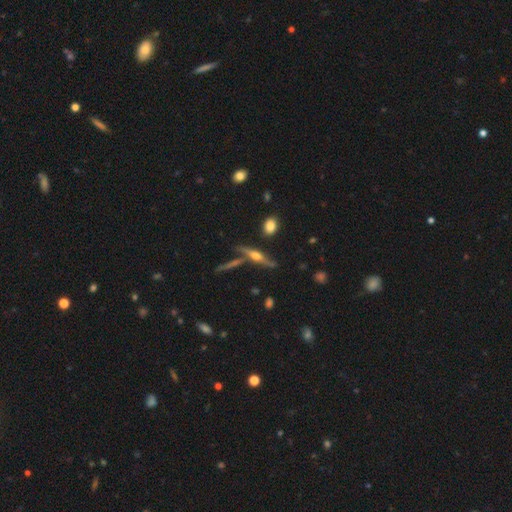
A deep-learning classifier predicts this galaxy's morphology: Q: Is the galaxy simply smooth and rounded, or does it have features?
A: featured or disk — 76%.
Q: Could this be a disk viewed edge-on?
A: yes — 93%.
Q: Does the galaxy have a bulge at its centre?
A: rounded — 90%.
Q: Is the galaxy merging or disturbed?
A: none — 71%.